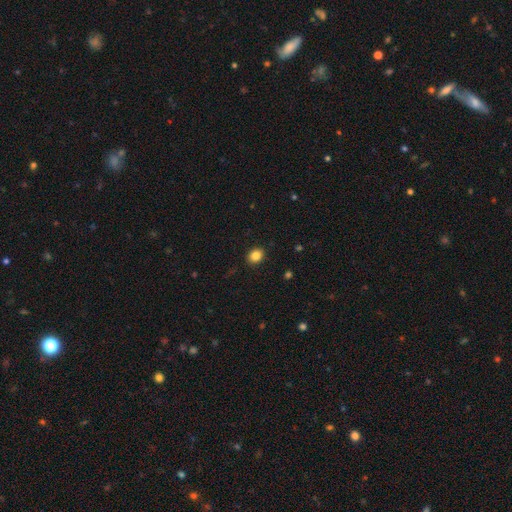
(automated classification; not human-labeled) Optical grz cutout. It shows a smooth galaxy with no disk features (85%) that is round (51%). Merging: none (90%).